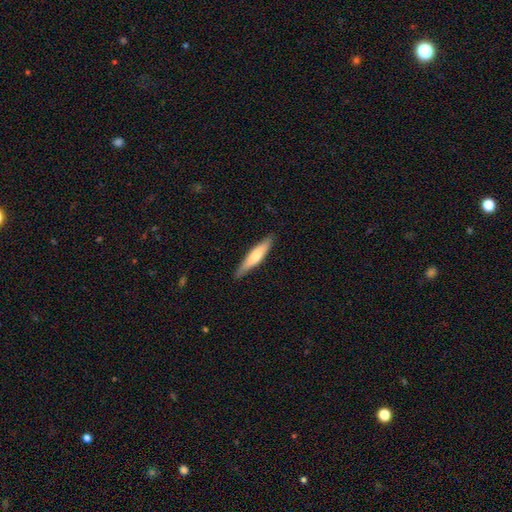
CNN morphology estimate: This is likely a smooth galaxy (63%). How rounded: clearly cigar-shaped (87%). Merging: clearly none (87%).